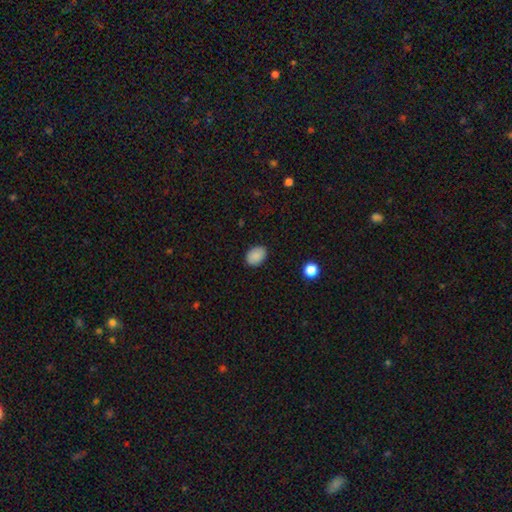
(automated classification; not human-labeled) This appears to be a smooth galaxy with no disk features (88%) that is in between round and cigar-shaped (68%). Merging: none (86%).